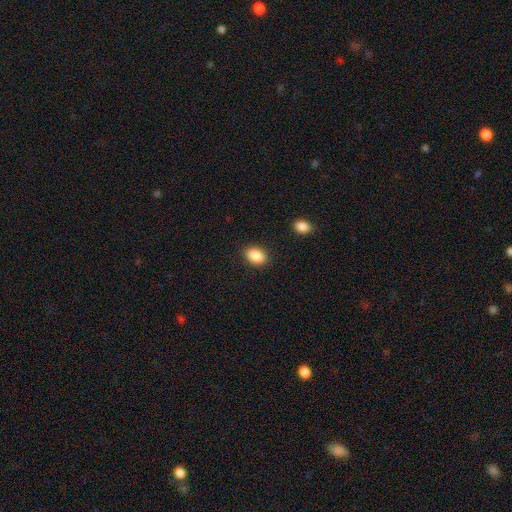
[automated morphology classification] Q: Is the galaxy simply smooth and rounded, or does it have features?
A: smooth — 89%.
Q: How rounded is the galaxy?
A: in between — 80%.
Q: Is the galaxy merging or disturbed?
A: none — 87%.